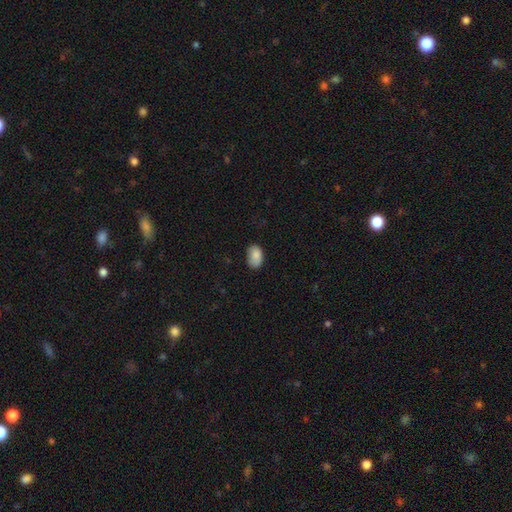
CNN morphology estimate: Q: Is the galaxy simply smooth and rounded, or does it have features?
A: smooth — 86%.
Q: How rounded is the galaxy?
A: in between — 89%.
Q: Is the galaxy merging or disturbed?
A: none — 70%.